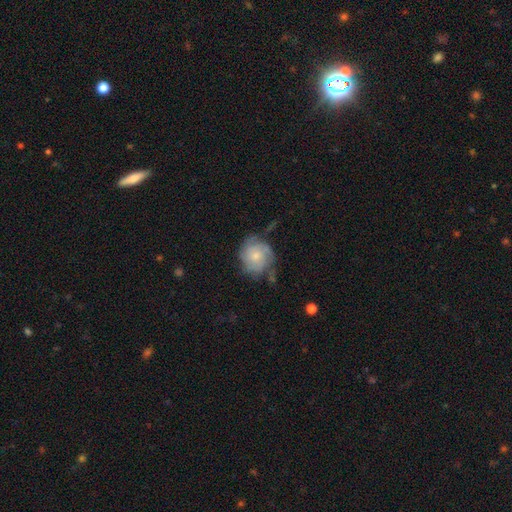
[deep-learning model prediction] This appears to be a featured or disk galaxy (48%). Merging: none (49%).